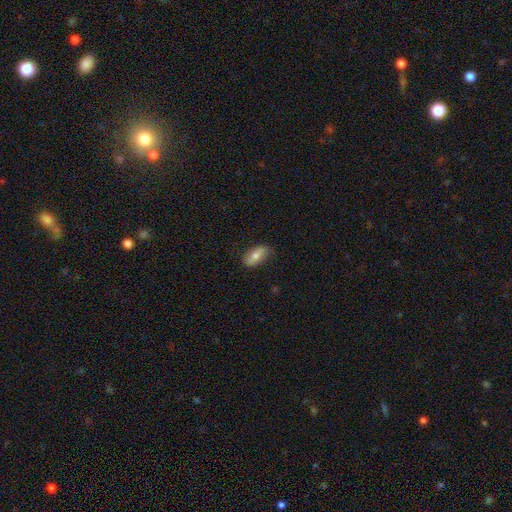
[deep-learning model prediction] Smooth or featured?
  - smooth: 68% *
  - featured or disk: 26%
  - star or artifact: 7%
How rounded?
  - in between: 87% *
  - cigar-shaped: 9%
  - round: 4%
Merging?
  - none: 80% *
  - minor disturbance: 16%
  - major disturbance: 3%
  - merger: 1%